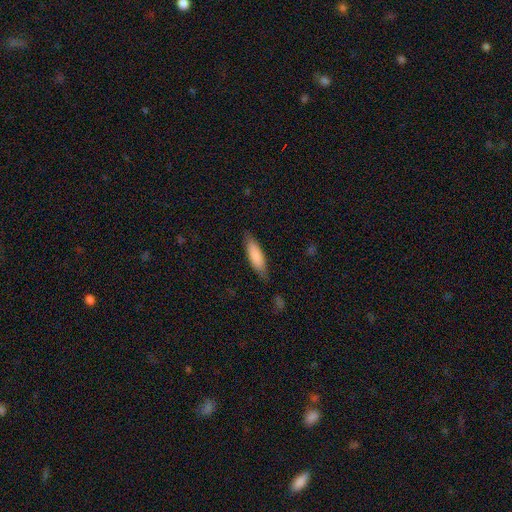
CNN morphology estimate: A smooth galaxy with no disk features (85%) that is cigar-shaped (54%).

Vote fractions:
- Smooth or featured? smooth: 85% / featured or disk: 10% / star or artifact: 5%
- How rounded? cigar-shaped: 54% / in between: 45% / round: 1%
- Merging? none: 81% / minor disturbance: 15% / major disturbance: 3% / merger: 1%